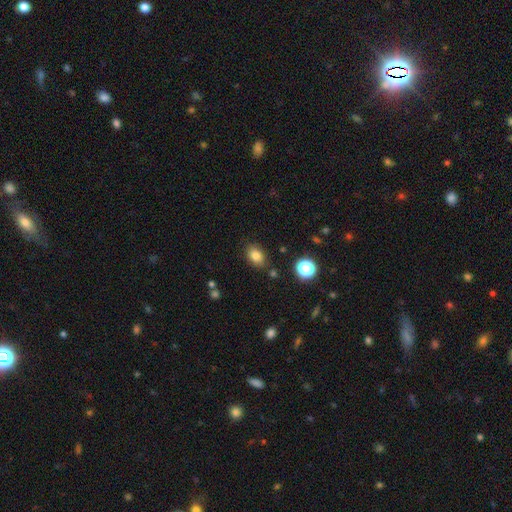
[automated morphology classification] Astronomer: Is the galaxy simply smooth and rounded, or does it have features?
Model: smooth — 81%.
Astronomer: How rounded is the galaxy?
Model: in between — 77%.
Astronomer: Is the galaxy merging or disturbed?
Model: none — 82%.